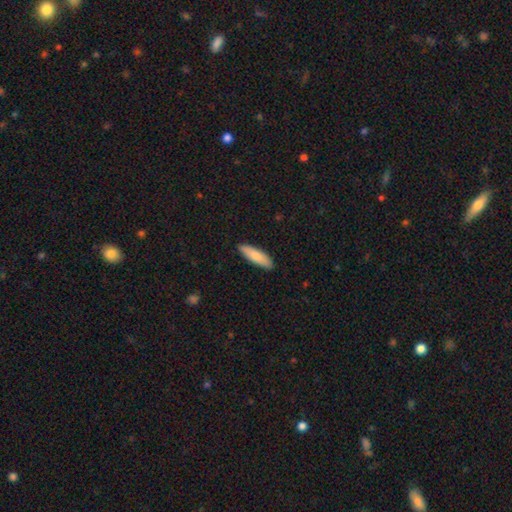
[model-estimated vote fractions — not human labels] A smooth galaxy with no disk features (80%) that is cigar-shaped (59%).

Vote fractions:
- Smooth or featured? smooth: 80% / featured or disk: 15% / star or artifact: 5%
- How rounded? cigar-shaped: 59% / in between: 40% / round: 2%
- Merging? none: 89% / minor disturbance: 8% / major disturbance: 2% / merger: 1%